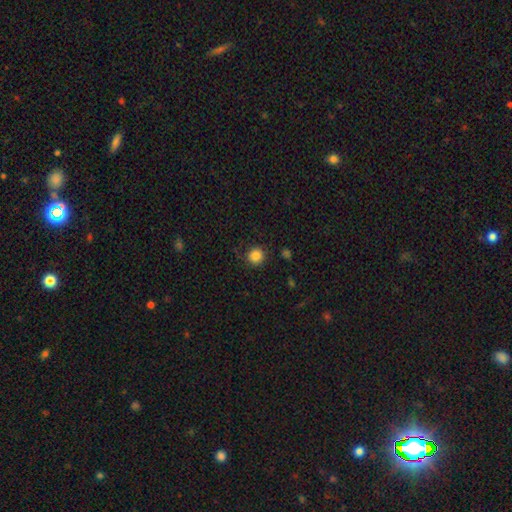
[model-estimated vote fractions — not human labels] This appears to be a smooth galaxy with no disk features (84%) that is round (93%). Merging: none (87%).